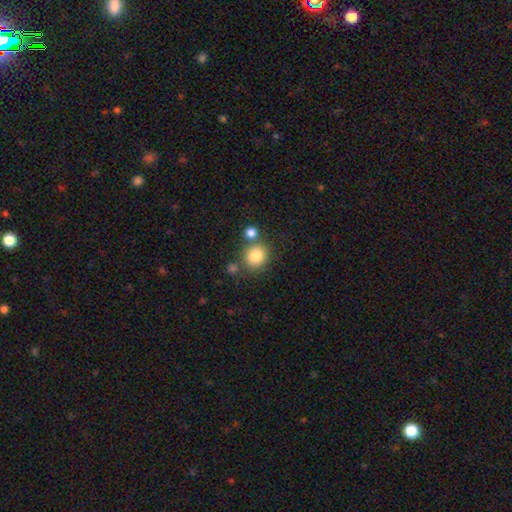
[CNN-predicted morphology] Smooth or featured? Predicted: smooth (p=0.82). How rounded? Predicted: round (p=0.84). Merging? Predicted: none (p=0.69).